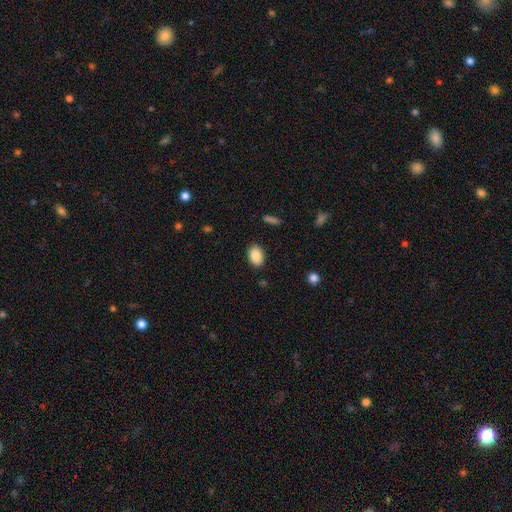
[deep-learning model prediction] Morphology: type=smooth (87%); roundness=in between (81%); merging=none (87%).